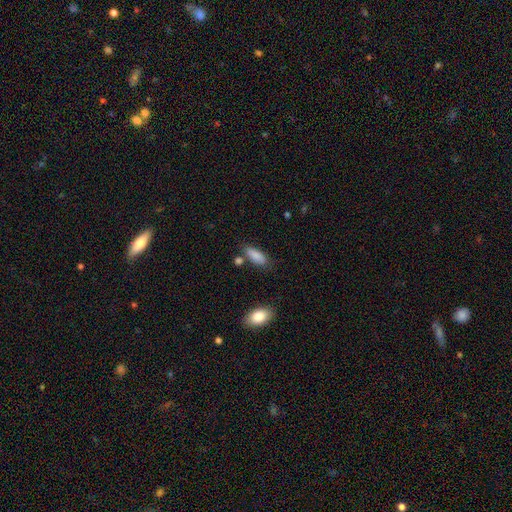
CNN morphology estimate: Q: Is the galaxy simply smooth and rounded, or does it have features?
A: smooth — 87%.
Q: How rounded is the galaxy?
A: in between — 72%.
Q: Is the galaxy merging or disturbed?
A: none — 70%.